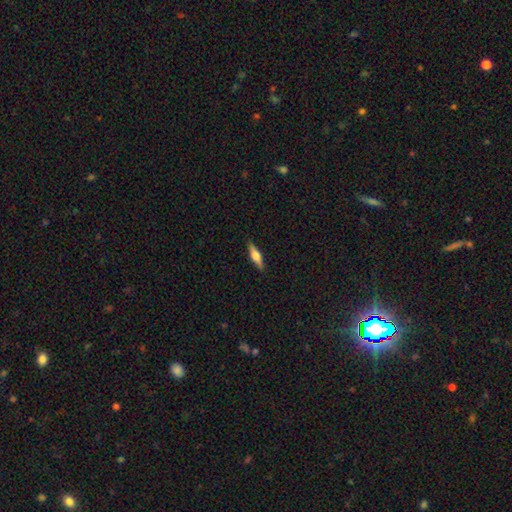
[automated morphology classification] Q: Smooth or featured?
A: smooth (49%); runner-up: featured or disk (44%)
Q: Merging?
A: none (89%); runner-up: minor disturbance (8%)